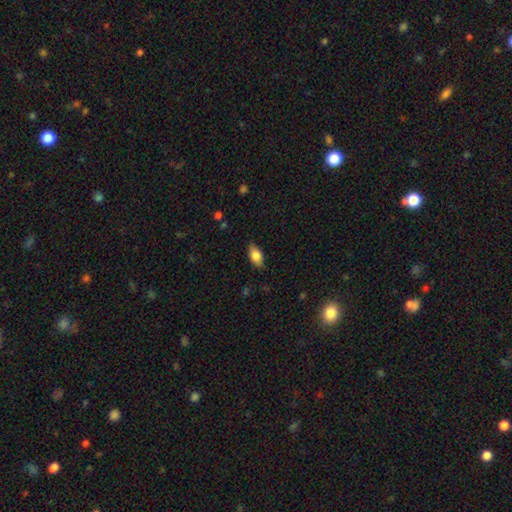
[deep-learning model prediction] Smooth or featured? smooth (76%)
How rounded? in between (88%)
Merging? none (82%)